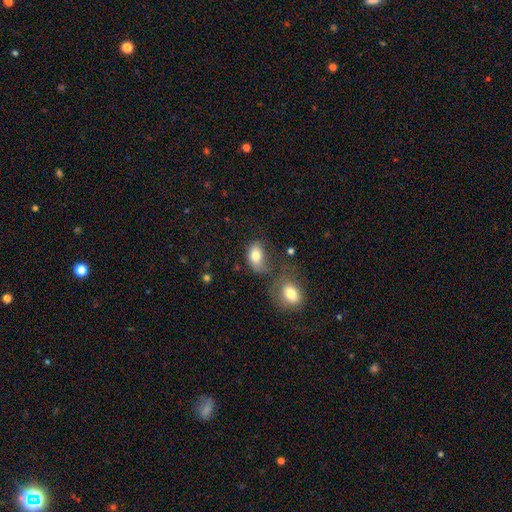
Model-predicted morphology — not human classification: Smooth or featured? Predicted: smooth (p=0.79). How rounded? Predicted: in between (p=0.84). Merging? Predicted: none (p=0.39).